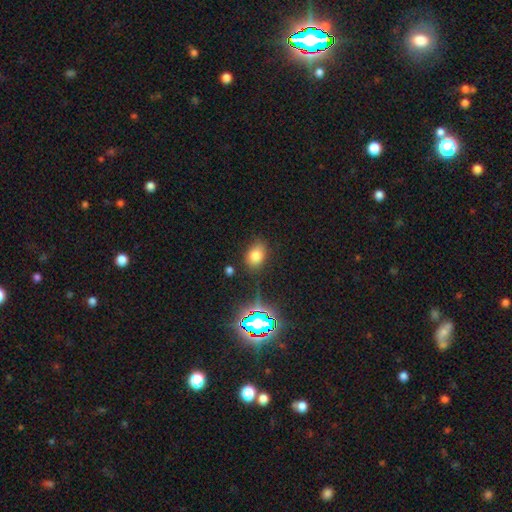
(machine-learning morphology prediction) type=smooth (72%); roundness=in between (74%); merging=none (79%).